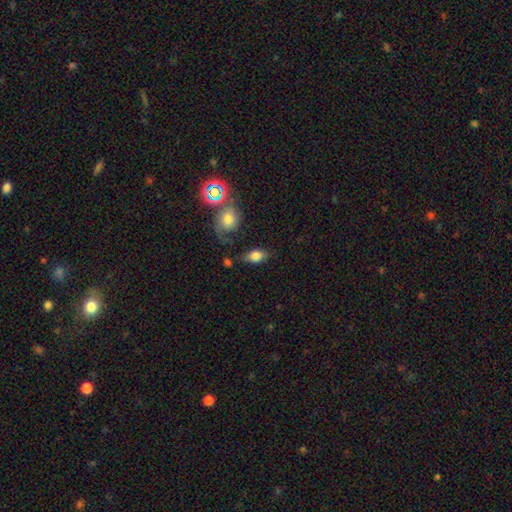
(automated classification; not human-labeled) smooth 76%, featured or disk 15%, star or artifact 9%. Down the decision tree: how rounded — in between (85%); merging — none (64%).